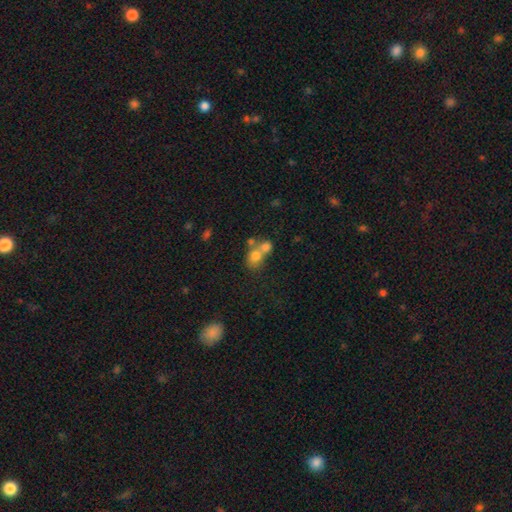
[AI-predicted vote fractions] smooth-or-featured: smooth: 71% | featured or disk: 17% | star or artifact: 12%
  how-rounded: round: 64% | in between: 35% | cigar-shaped: 1%
  merging: merger: 61% | none: 28% | minor disturbance: 7% | major disturbance: 4%